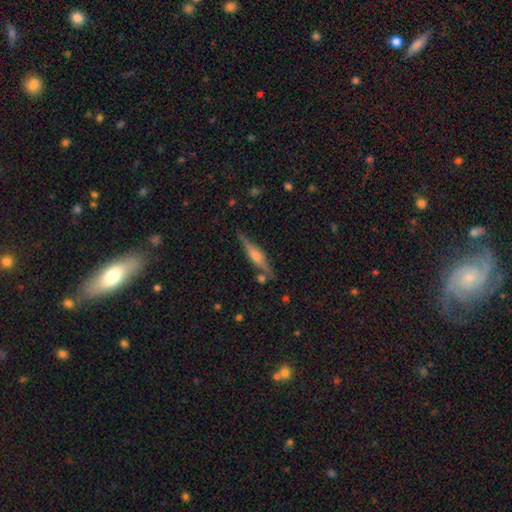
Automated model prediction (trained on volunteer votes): The model was most divided on "smooth or featured": featured or disk: 75%, smooth: 18%, star or artifact: 7%. More confident: edge-on disk — yes (97%); merging — none (83%); edge-on bulge — rounded (78%).